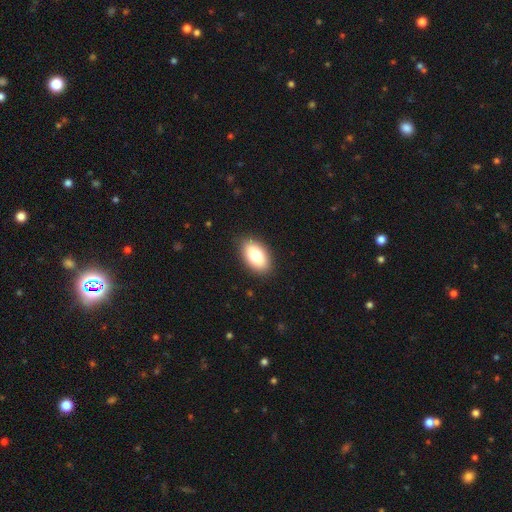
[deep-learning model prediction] This is clearly a smooth galaxy (81%). How rounded: clearly in between (92%). Merging: clearly none (87%).